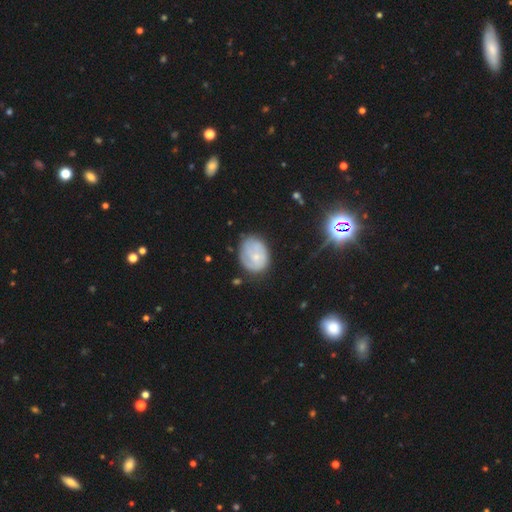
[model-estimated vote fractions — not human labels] Smooth or featured: smooth — 48% (featured or disk — 43%)
Merging: none — 61% (minor disturbance — 28%)